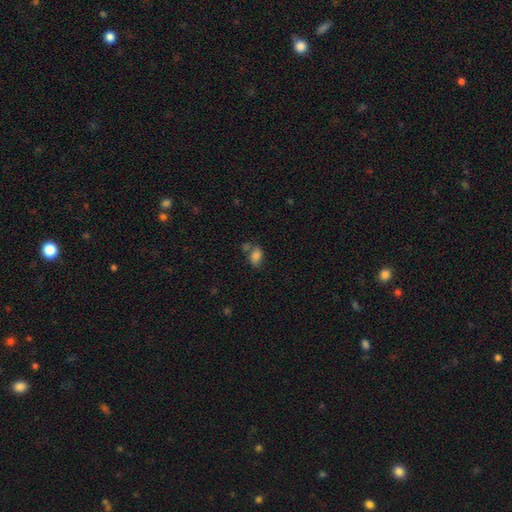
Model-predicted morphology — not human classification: Smooth or featured: smooth — 78% (star or artifact — 12%)
How rounded: in between — 82% (round — 16%)
Merging: none — 46% (merger — 27%)